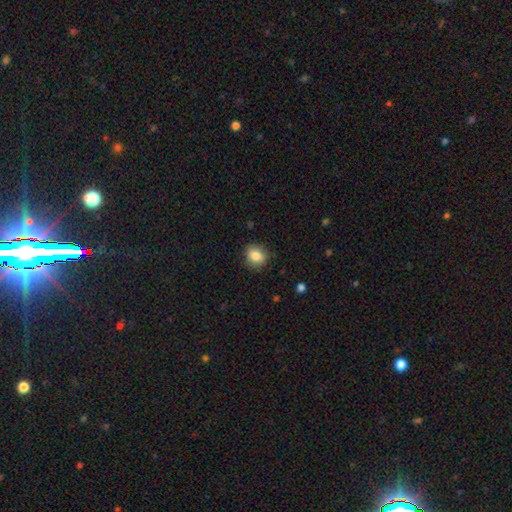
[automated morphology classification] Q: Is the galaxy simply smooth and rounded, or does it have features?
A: smooth — 84%.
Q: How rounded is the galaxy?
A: round — 64%.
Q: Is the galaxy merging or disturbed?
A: none — 86%.